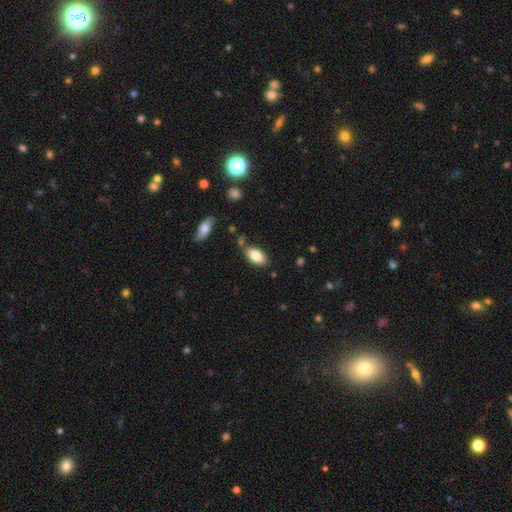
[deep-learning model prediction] Overall: smooth (85%). How rounded: in between (93%). Merging: none (78%).